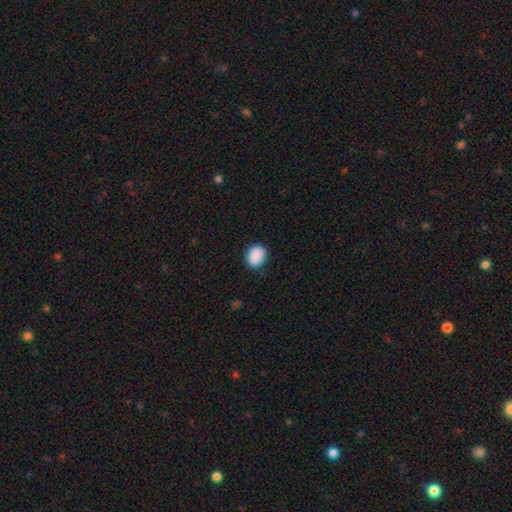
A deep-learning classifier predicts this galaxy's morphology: A smooth galaxy with no disk features (89%) that is round (53%). Merging: none (82%).